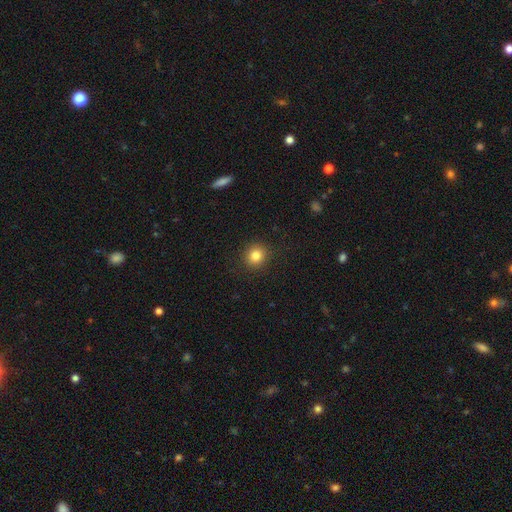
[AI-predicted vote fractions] The model was most divided on "smooth or featured": smooth: 83%, star or artifact: 11%, featured or disk: 6%. More confident: merging — none (90%); how rounded — round (89%).